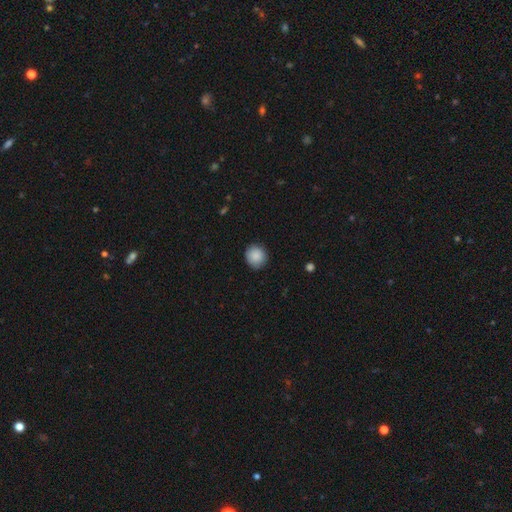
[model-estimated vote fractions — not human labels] Smooth or featured? smooth (89%)
How rounded? round (89%)
Merging? none (89%)